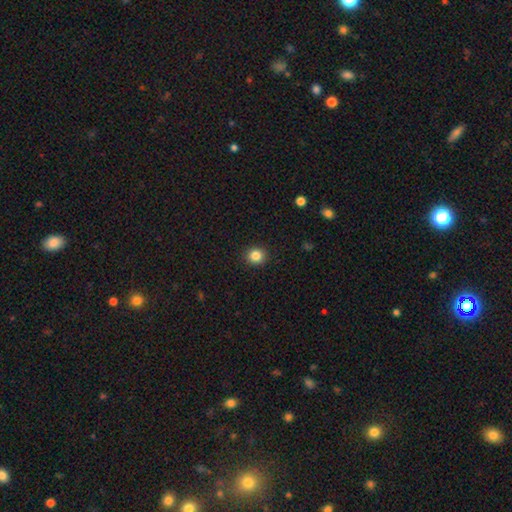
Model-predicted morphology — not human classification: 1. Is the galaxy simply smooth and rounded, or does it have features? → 84% smooth, 11% star or artifact, 5% featured or disk.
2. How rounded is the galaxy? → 89% round, 10% in between, 1% cigar-shaped.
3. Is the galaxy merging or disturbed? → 92% none, 5% minor disturbance, 2% major disturbance, 1% merger.